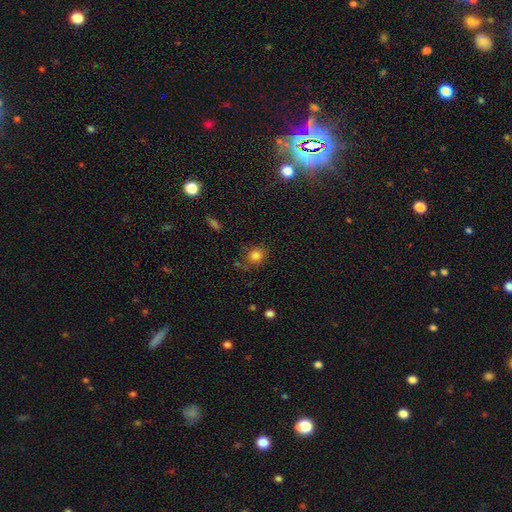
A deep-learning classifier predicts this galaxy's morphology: Q: Smooth or featured?
A: smooth (81%); runner-up: star or artifact (12%)
Q: How rounded?
A: round (70%); runner-up: in between (29%)
Q: Merging?
A: none (71%); runner-up: minor disturbance (18%)